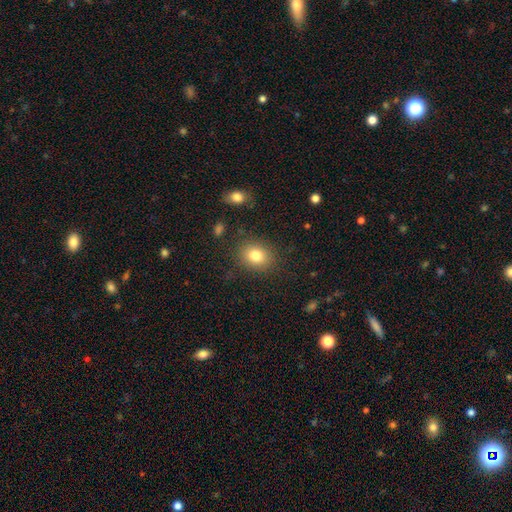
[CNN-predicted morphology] A smooth galaxy with no disk features (81%) that is round (52%).

Vote fractions:
- Smooth or featured? smooth: 81% / star or artifact: 10% / featured or disk: 9%
- How rounded? round: 52% / in between: 47% / cigar-shaped: 1%
- Merging? none: 84% / minor disturbance: 10% / major disturbance: 4% / merger: 2%